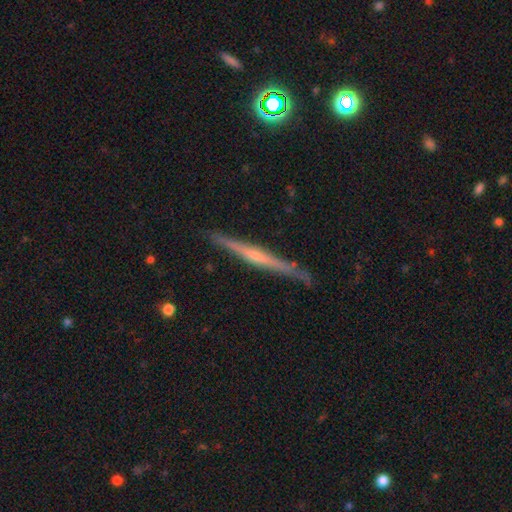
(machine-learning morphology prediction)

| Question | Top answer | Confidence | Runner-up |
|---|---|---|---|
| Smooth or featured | featured or disk | 73% | smooth (20%) |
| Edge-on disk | yes | 98% | no (2%) |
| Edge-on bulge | rounded | 49% | none (41%) |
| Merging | none | 88% | minor disturbance (9%) |